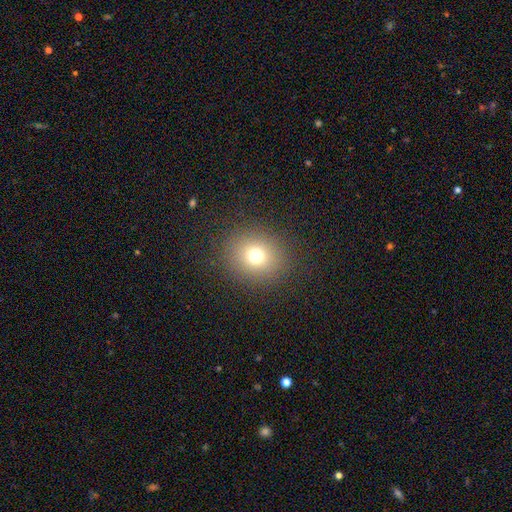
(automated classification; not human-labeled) The model was most divided on "how rounded": round: 75%, in between: 24%, cigar-shaped: 1%. More confident: merging — none (88%); smooth or featured — smooth (73%).